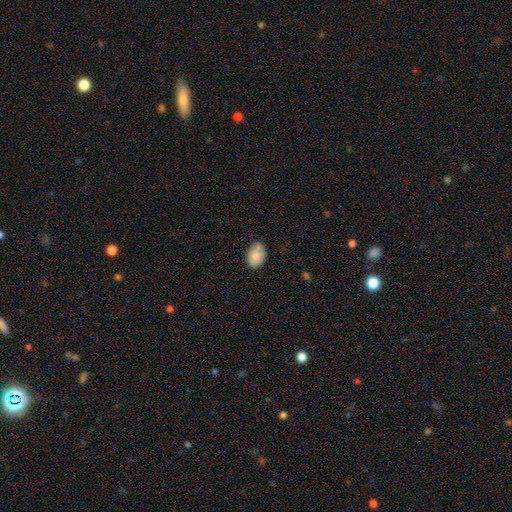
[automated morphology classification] This appears to be a smooth galaxy with no disk features (82%) that is in between round and cigar-shaped (81%). Merging: none (75%).